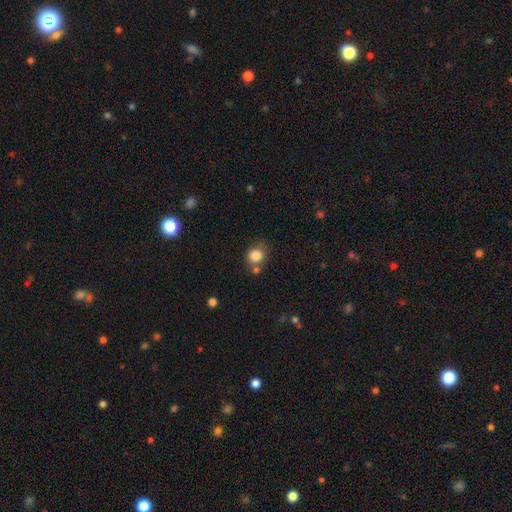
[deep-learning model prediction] Smooth or featured?
  - smooth: 85% *
  - star or artifact: 10%
  - featured or disk: 6%
How rounded?
  - round: 80% *
  - in between: 19%
  - cigar-shaped: 1%
Merging?
  - none: 61% *
  - merger: 17%
  - minor disturbance: 16%
  - major disturbance: 6%